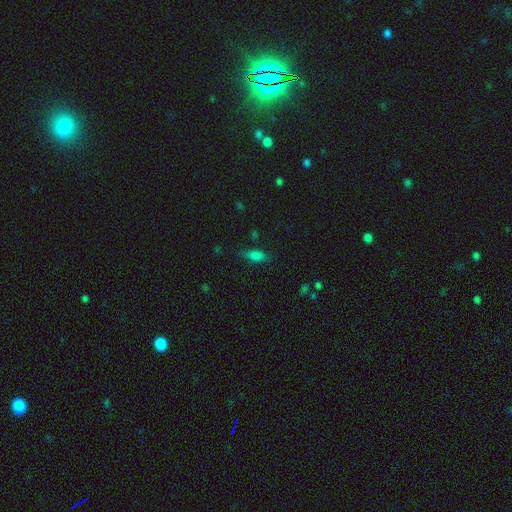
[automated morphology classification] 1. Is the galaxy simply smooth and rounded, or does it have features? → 75% smooth, 13% star or artifact, 12% featured or disk.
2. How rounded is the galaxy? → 75% in between, 22% cigar-shaped, 4% round.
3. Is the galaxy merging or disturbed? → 75% none, 19% minor disturbance, 5% major disturbance, 2% merger.